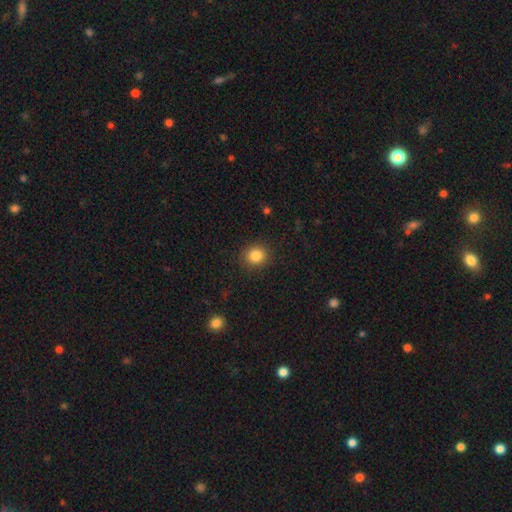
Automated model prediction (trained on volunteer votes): Smooth or featured: smooth — 85% (star or artifact — 11%)
How rounded: round — 84% (in between — 15%)
Merging: none — 90% (minor disturbance — 7%)